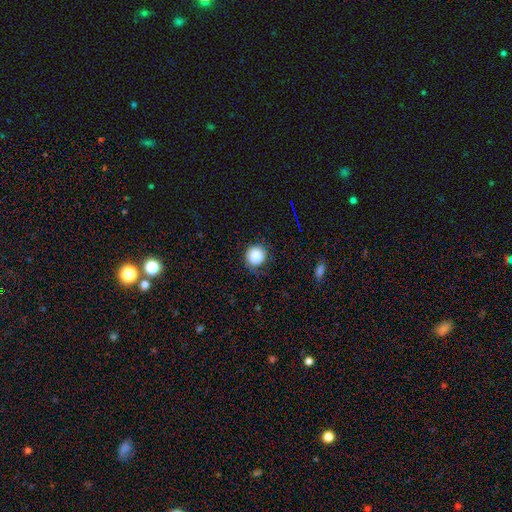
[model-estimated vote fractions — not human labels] Smooth or featured? smooth (86%)
How rounded? round (92%)
Merging? none (78%)